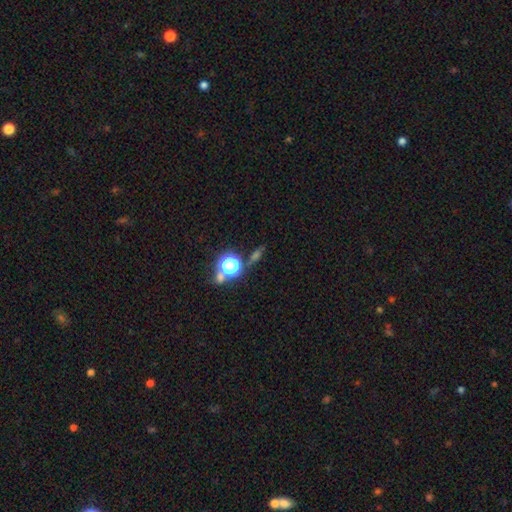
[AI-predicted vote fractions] Overall: star or artifact (50%; smooth 37%).